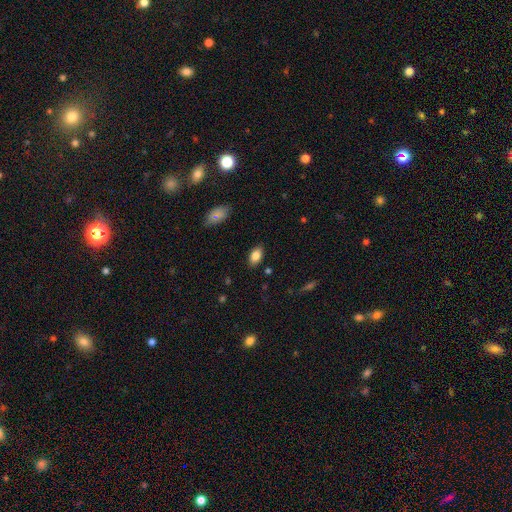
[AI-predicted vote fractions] smooth-or-featured: smooth: 83% | featured or disk: 9% | star or artifact: 8%
  how-rounded: in between: 91% | round: 6% | cigar-shaped: 3%
  merging: none: 86% | minor disturbance: 10% | major disturbance: 2% | merger: 1%